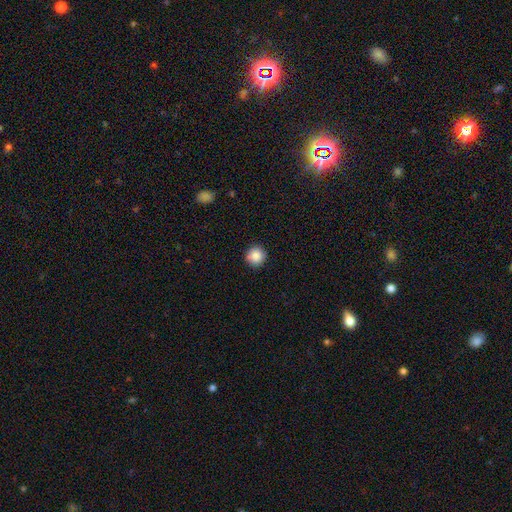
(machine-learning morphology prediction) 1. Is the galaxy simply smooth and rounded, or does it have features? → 87% smooth, 9% star or artifact, 4% featured or disk.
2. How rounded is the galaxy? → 95% round, 4% in between, 1% cigar-shaped.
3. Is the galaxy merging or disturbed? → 91% none, 6% minor disturbance, 2% major disturbance, 1% merger.